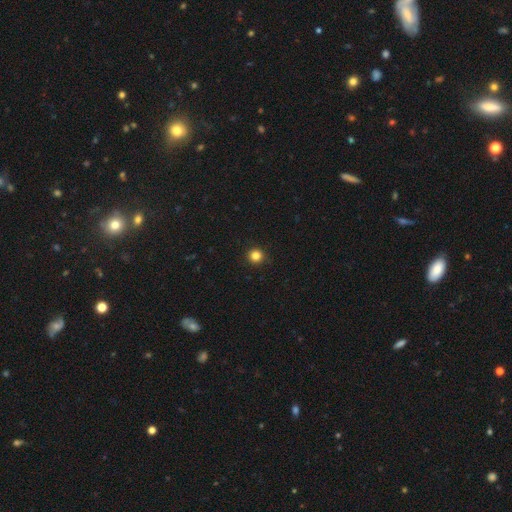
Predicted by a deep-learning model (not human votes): Morphology: type=smooth (84%); roundness=round (95%); merging=none (93%).